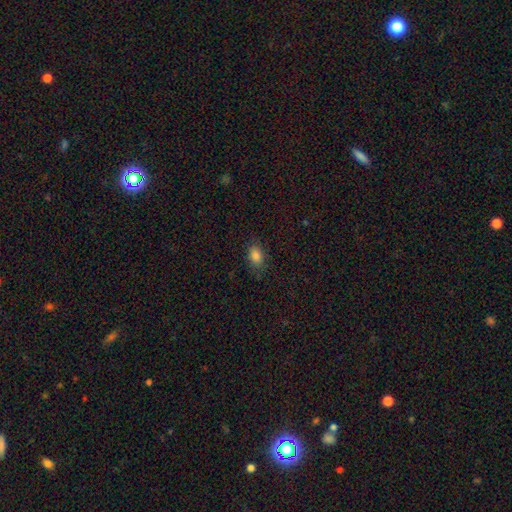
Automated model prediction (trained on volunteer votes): Smooth or featured?
  - smooth: 85% *
  - star or artifact: 11%
  - featured or disk: 5%
How rounded?
  - in between: 84% *
  - round: 15%
  - cigar-shaped: 2%
Merging?
  - none: 83% *
  - minor disturbance: 13%
  - major disturbance: 3%
  - merger: 1%